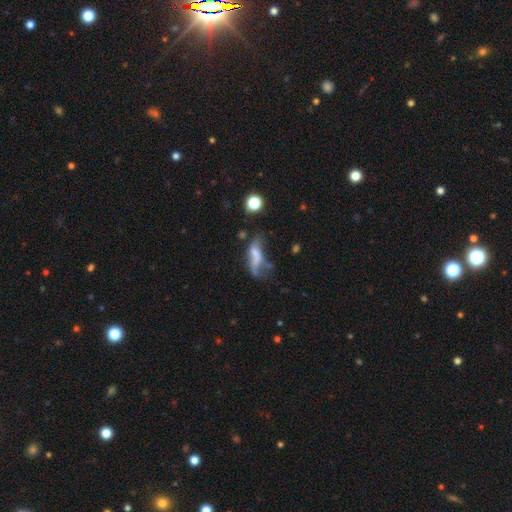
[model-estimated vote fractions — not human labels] Smooth or featured? smooth (47%)
Merging? major disturbance (37%)